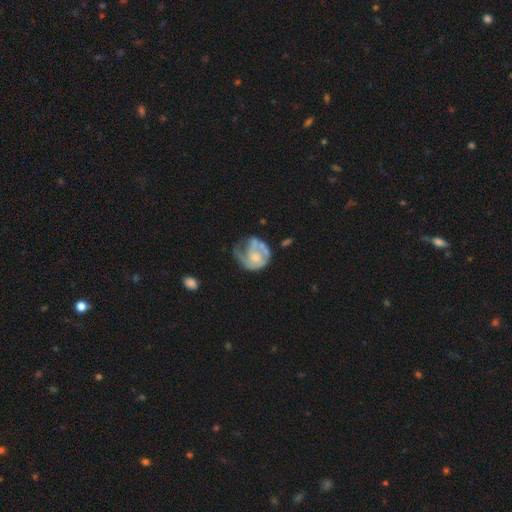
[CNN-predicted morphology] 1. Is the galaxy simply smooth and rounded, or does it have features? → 71% featured or disk, 23% smooth, 6% star or artifact.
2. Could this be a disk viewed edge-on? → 98% no, 2% yes.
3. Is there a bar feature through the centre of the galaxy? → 77% no, 19% weak, 4% strong.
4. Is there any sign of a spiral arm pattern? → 69% yes, 31% no.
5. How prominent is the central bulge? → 44% moderate, 27% small, 19% none, 9% large, 2% dominant.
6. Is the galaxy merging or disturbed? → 33% none (tied), 33% major disturbance (tied), 24% minor disturbance, 10% merger.